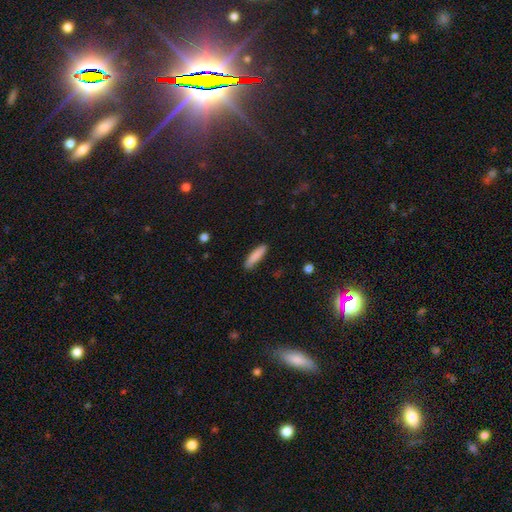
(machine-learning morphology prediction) Smooth or featured? Predicted: smooth (p=0.85). How rounded? Predicted: cigar-shaped (p=0.80). Merging? Predicted: none (p=0.86).